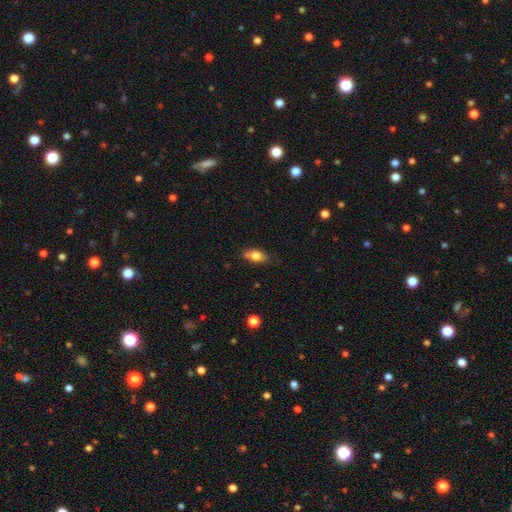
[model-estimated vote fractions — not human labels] Q: Smooth or featured?
A: smooth (75%); runner-up: featured or disk (18%)
Q: How rounded?
A: in between (81%); runner-up: cigar-shaped (14%)
Q: Merging?
A: none (73%); runner-up: minor disturbance (21%)